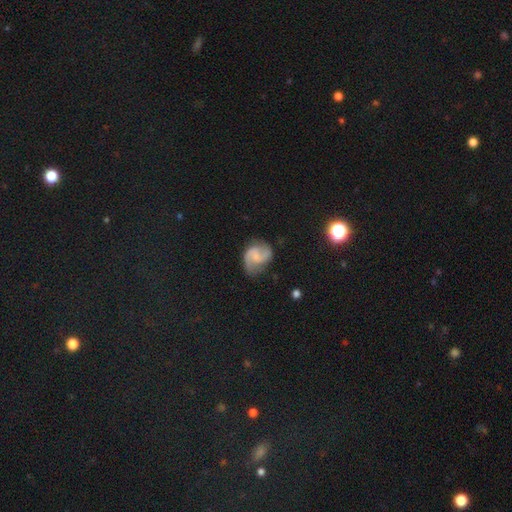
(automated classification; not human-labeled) This appears to be a featured or disk galaxy (79%) with no bar (45%, tied with weak), 2 (90%) medium (48%) spiral arms (95%) and a small central bulge (40%). Merging: none (69%).